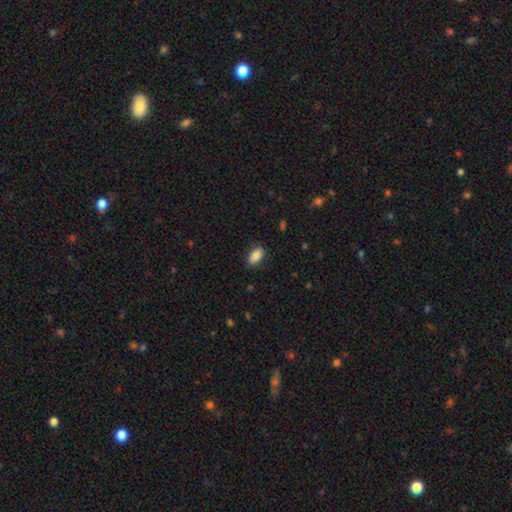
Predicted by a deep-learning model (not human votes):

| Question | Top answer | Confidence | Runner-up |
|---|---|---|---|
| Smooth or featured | smooth | 84% | featured or disk (9%) |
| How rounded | in between | 91% | round (6%) |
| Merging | none | 84% | minor disturbance (12%) |